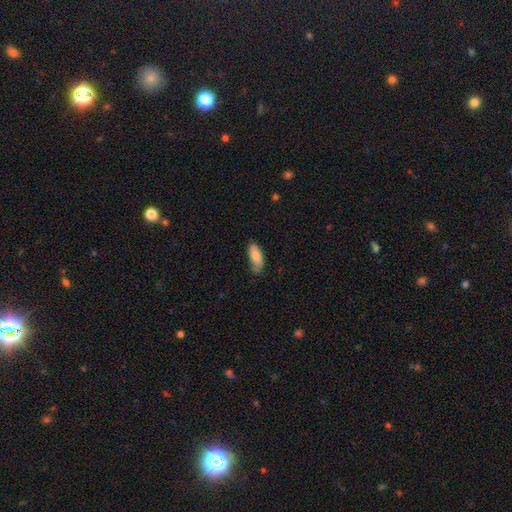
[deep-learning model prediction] This appears to be a smooth galaxy with no disk features (85%) that is in between round and cigar-shaped (83%). Merging: none (59%).